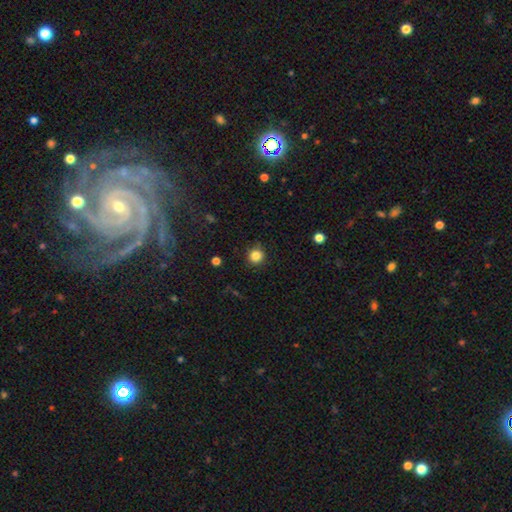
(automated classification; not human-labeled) Q: Smooth or featured?
A: smooth (84%); runner-up: star or artifact (12%)
Q: How rounded?
A: round (92%); runner-up: in between (7%)
Q: Merging?
A: none (87%); runner-up: minor disturbance (9%)